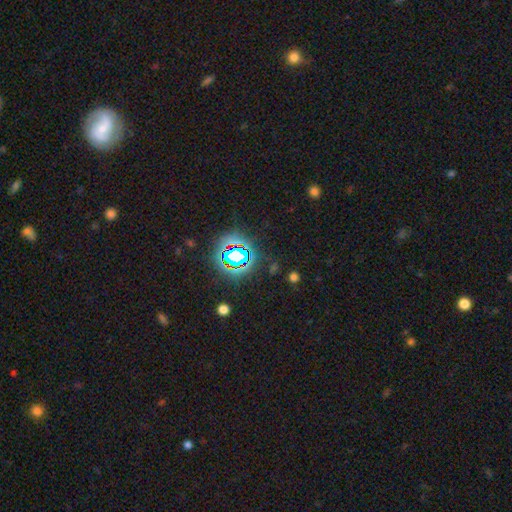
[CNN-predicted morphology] star or artifact 77%, smooth 14%, featured or disk 9%.